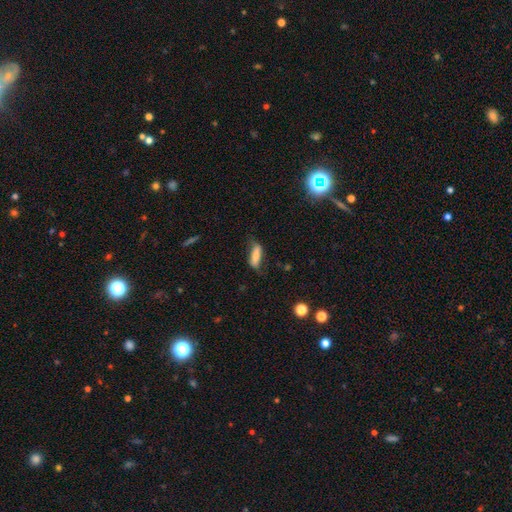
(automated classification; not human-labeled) This appears to be a smooth galaxy with no disk features (74%) that is in between round and cigar-shaped (50%). Merging: none (56%).